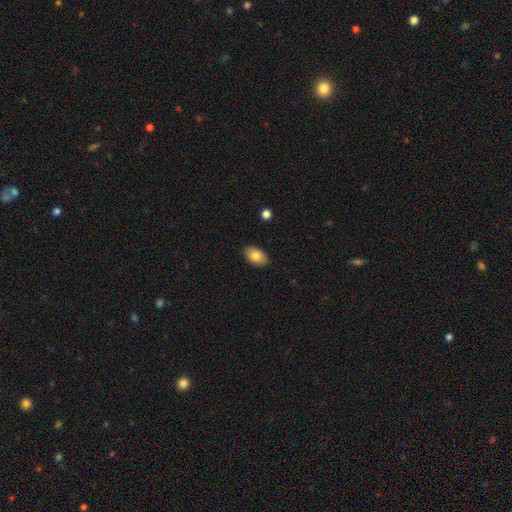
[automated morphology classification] Overall: smooth (82%). How rounded: in between (91%). Merging: none (88%).